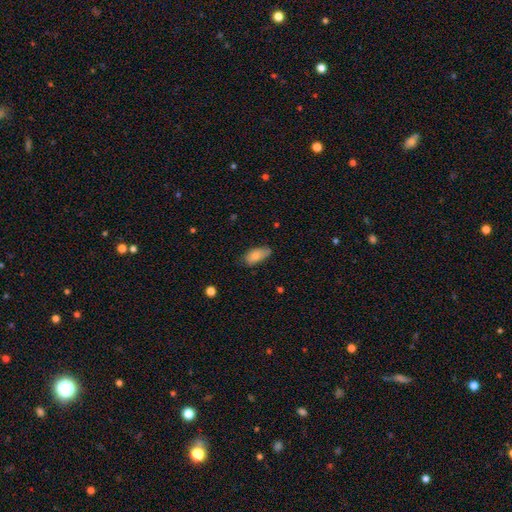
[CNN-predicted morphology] type=smooth (79%); roundness=in between (90%); merging=none (61%).